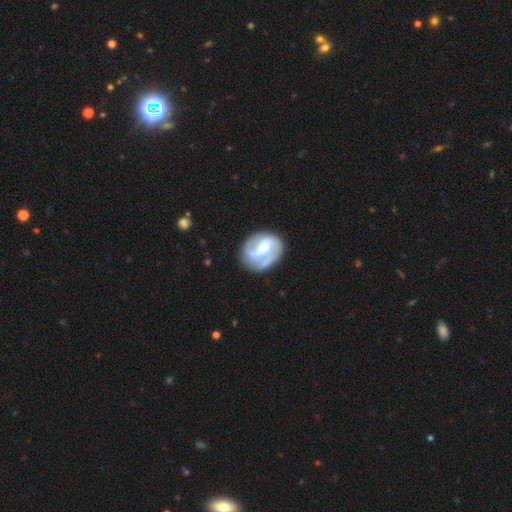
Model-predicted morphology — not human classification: Smooth or featured: featured or disk — 72% (smooth — 23%)
Edge-on disk: no — 98% (yes — 2%)
Bar: weak — 45% (no — 29%)
Spiral arms: yes — 88% (no — 12%)
Spiral winding: medium — 43% (loose — 30%)
Spiral arm count: 2 — 64% (can't tell — 13%)
Bulge size: small — 46% (moderate — 35%)
Merging: none — 68% (minor disturbance — 19%)